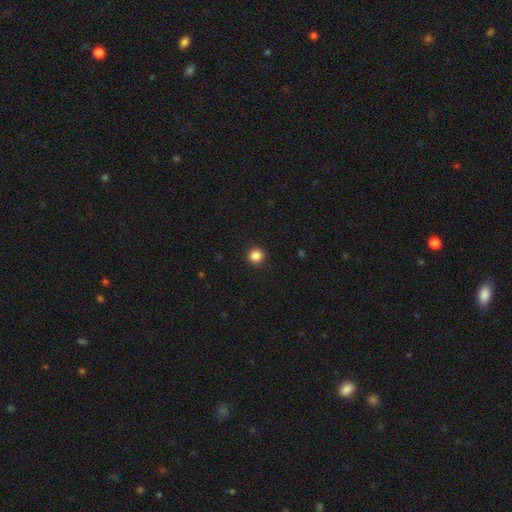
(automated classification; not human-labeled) smooth_or_featured: smooth (p=0.86) [alt: star or artifact p=0.11]
how_rounded: round (p=0.93) [alt: in between p=0.06]
merging: none (p=0.93) [alt: minor disturbance p=0.05]